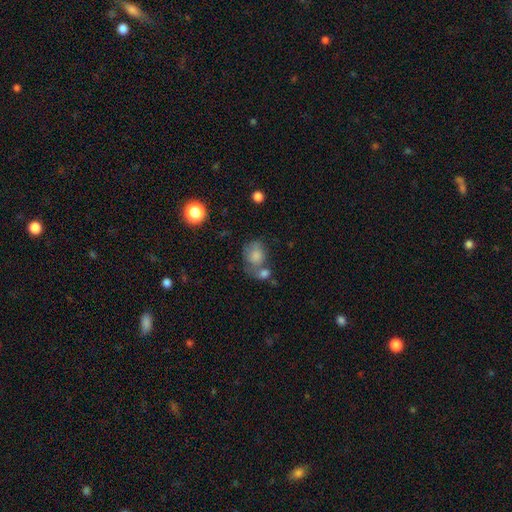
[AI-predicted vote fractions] smooth_or_featured: smooth (p=0.78) [alt: featured or disk p=0.13]
how_rounded: in between (p=0.51) [alt: round p=0.48]
merging: none (p=0.34) [alt: merger p=0.33]